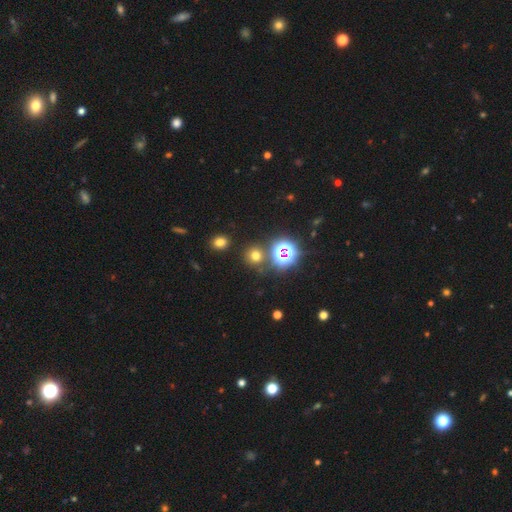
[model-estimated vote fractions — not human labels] Smooth or featured: smooth — 62% (star or artifact — 31%)
How rounded: round — 87% (in between — 12%)
Merging: none — 82% (minor disturbance — 8%)